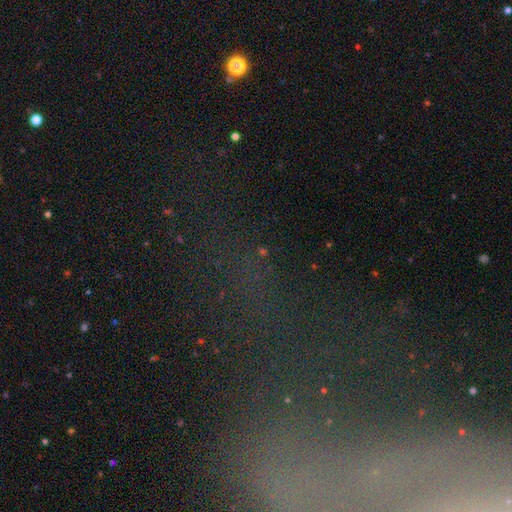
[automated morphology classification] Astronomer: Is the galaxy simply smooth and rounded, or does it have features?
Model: star or artifact — 71%.